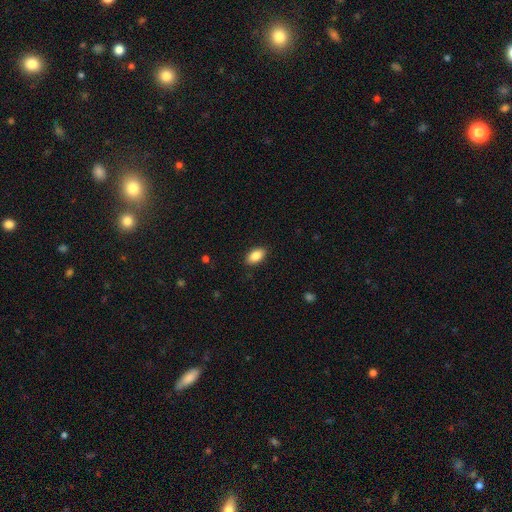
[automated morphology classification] smooth-or-featured: smooth: 88% | star or artifact: 7% | featured or disk: 5%
  how-rounded: in between: 93% | round: 5% | cigar-shaped: 2%
  merging: none: 88% | minor disturbance: 9% | major disturbance: 2% | merger: 1%